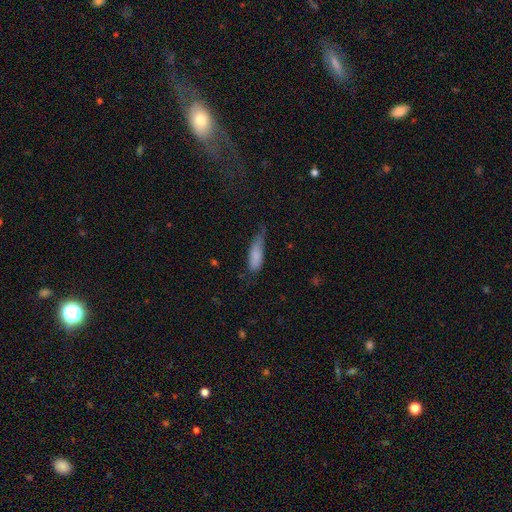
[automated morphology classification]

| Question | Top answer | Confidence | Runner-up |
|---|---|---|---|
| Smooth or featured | smooth | 81% | featured or disk (12%) |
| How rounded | in between | 60% | cigar-shaped (38%) |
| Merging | minor disturbance | 43% | none (38%) |